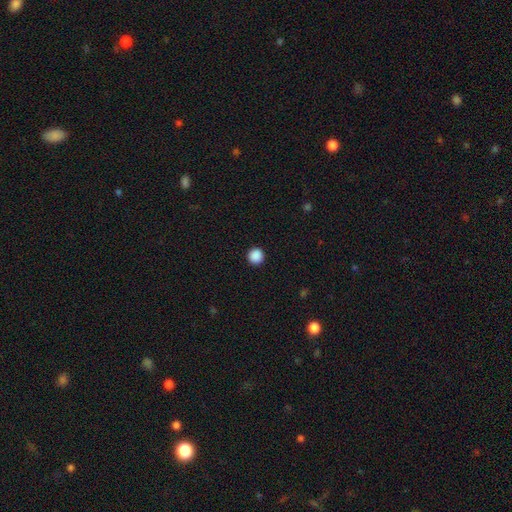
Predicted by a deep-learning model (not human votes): Smooth or featured? smooth (89%)
How rounded? round (95%)
Merging? none (93%)